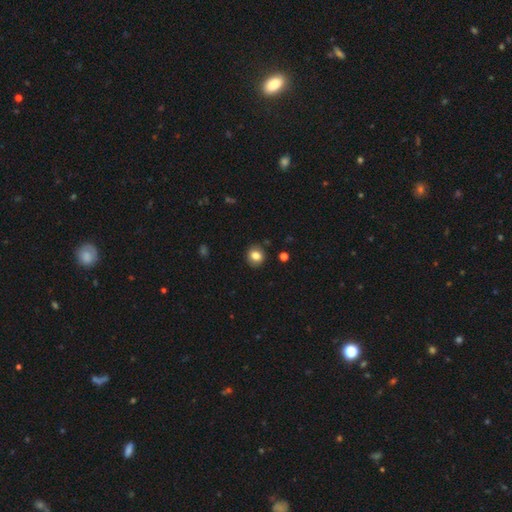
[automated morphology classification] A smooth galaxy with no disk features (82%) that is round (83%).

Vote fractions:
- Smooth or featured? smooth: 82% / star or artifact: 10% / featured or disk: 8%
- How rounded? round: 83% / in between: 16% / cigar-shaped: 1%
- Merging? none: 89% / minor disturbance: 8% / major disturbance: 2% / merger: 1%